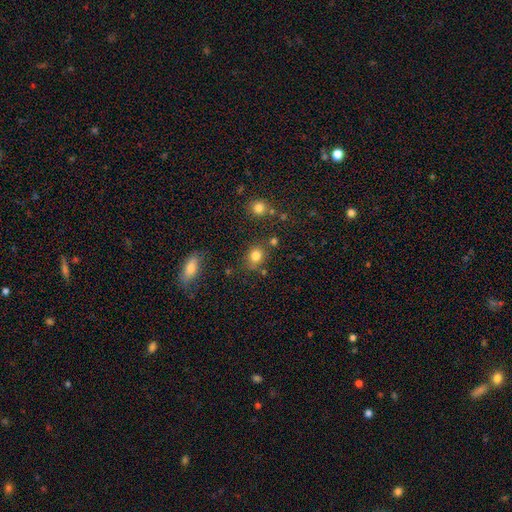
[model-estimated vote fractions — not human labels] Smooth or featured? Predicted: smooth (p=0.80). How rounded? Predicted: round (p=0.59). Merging? Predicted: none (p=0.71).